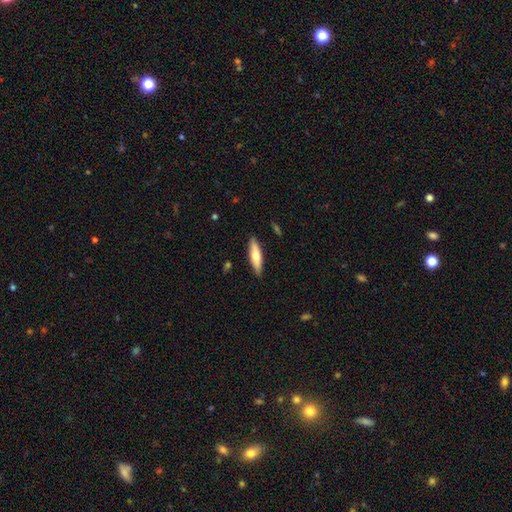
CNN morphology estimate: A smooth galaxy with no disk features (63%) that is cigar-shaped (68%). Merging: none (87%).